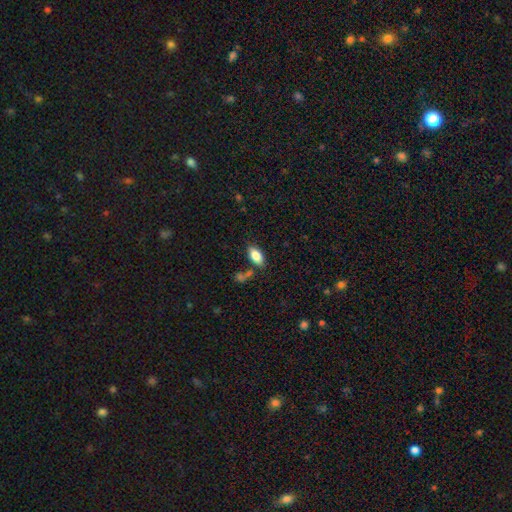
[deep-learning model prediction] Smooth or featured: smooth — 82% (featured or disk — 10%)
How rounded: in between — 90% (cigar-shaped — 7%)
Merging: none — 74% (minor disturbance — 14%)